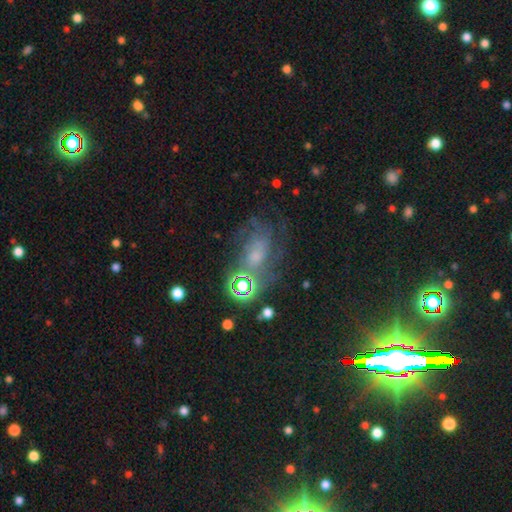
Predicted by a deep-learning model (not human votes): A featured or disk galaxy (54%) with no bar (70%), spiral arms (78%) and a small central bulge (36%). Merging: none (51%).